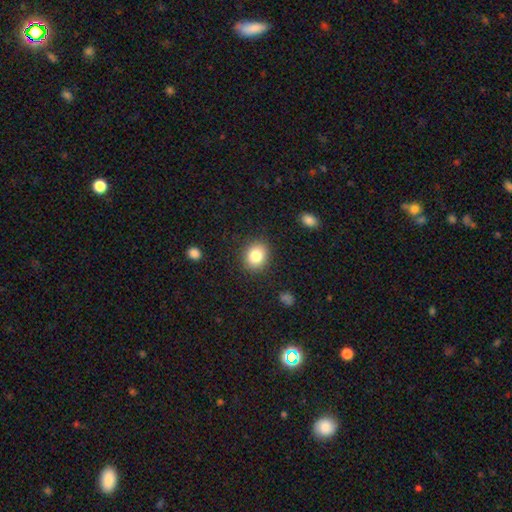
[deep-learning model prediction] Overall: smooth (82%). How rounded: round (67%; in between 32%). Merging: none (88%).